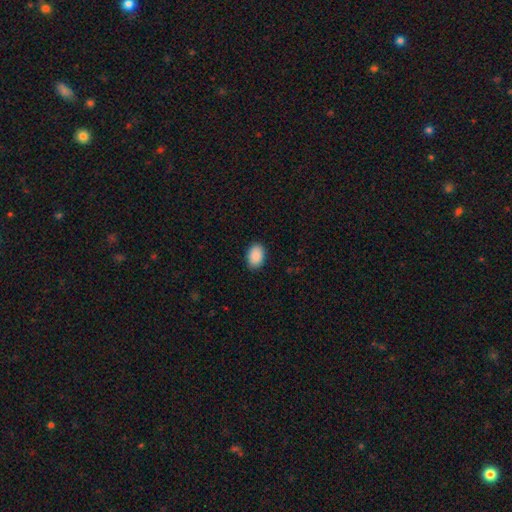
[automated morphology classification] A smooth galaxy with no disk features (91%) that is in between round and cigar-shaped (87%).

Vote fractions:
- Smooth or featured? smooth: 91% / star or artifact: 7% / featured or disk: 3%
- How rounded? in between: 87% / round: 12% / cigar-shaped: 1%
- Merging? none: 89% / minor disturbance: 8% / major disturbance: 2% / merger: 1%